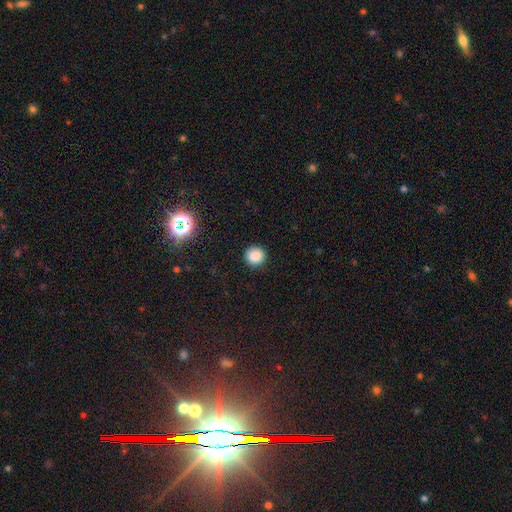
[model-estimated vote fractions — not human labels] Morphology: type=smooth (85%); roundness=round (93%); merging=none (91%).